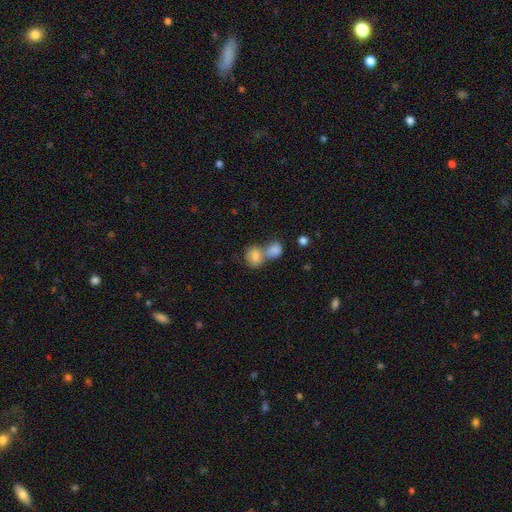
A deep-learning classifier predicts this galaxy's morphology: Smooth or featured?
  - smooth: 82% *
  - featured or disk: 10%
  - star or artifact: 8%
How rounded?
  - round: 53% *
  - in between: 46%
  - cigar-shaped: 1%
Merging?
  - merger: 65% *
  - none: 26%
  - minor disturbance: 6%
  - major disturbance: 3%